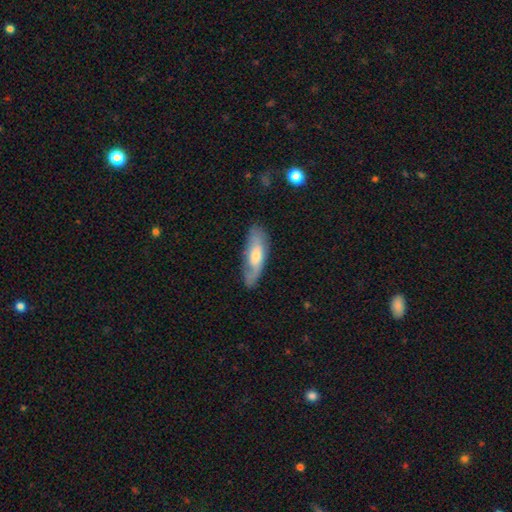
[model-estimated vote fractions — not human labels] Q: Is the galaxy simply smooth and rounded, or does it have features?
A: smooth — 54%.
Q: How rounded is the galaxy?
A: in between — 56%.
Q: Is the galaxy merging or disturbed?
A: none — 73%.